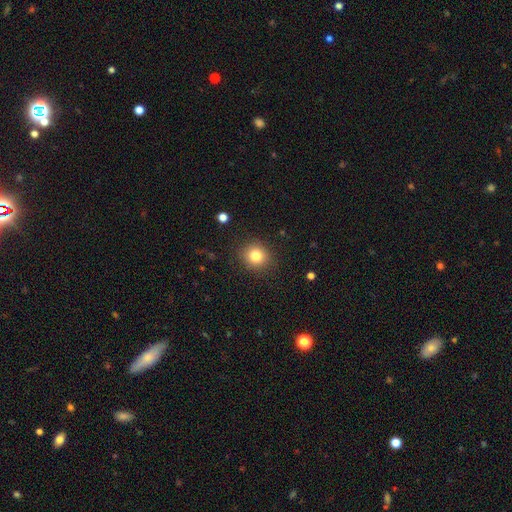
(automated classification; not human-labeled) This is clearly a smooth galaxy (82%). How rounded: clearly round (84%). Merging: clearly none (89%).